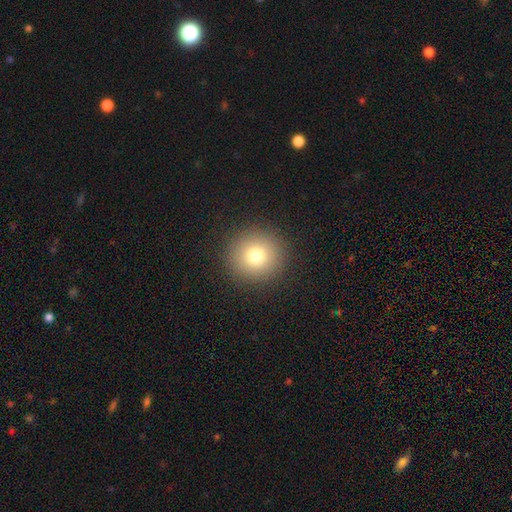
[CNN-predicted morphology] Smooth or featured? smooth (77%)
How rounded? round (95%)
Merging? none (92%)